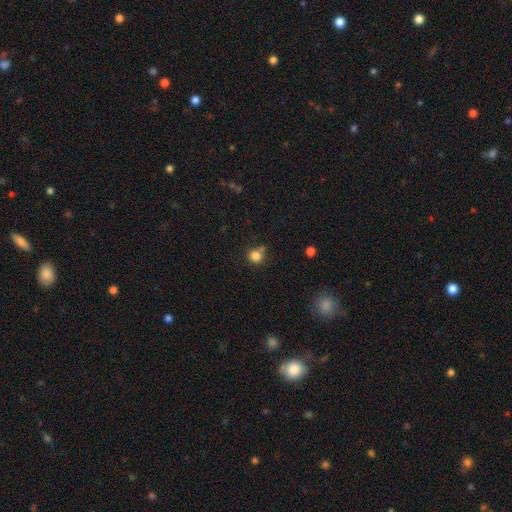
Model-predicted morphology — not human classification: This is clearly a smooth galaxy (82%). How rounded: clearly round (89%). Merging: likely none (68%).